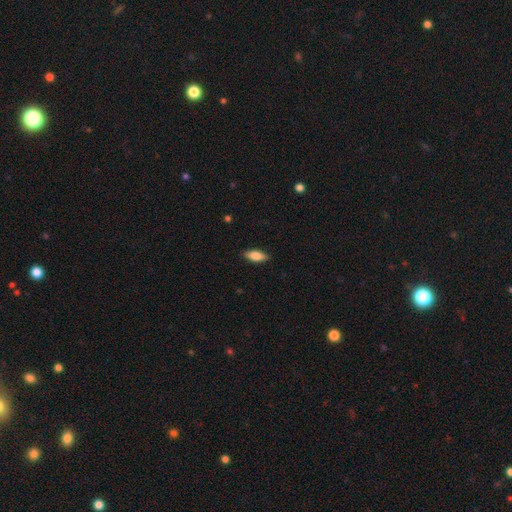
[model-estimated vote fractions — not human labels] The model was most divided on "how rounded": in between: 80%, cigar-shaped: 17%, round: 3%. More confident: merging — none (87%); smooth or featured — smooth (80%).